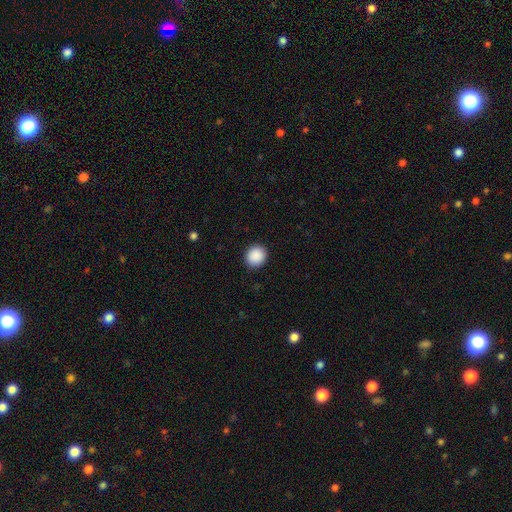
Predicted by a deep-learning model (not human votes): smooth_or_featured: smooth (p=0.90) [alt: star or artifact p=0.08]
how_rounded: round (p=0.83) [alt: in between p=0.16]
merging: none (p=0.91) [alt: minor disturbance p=0.06]